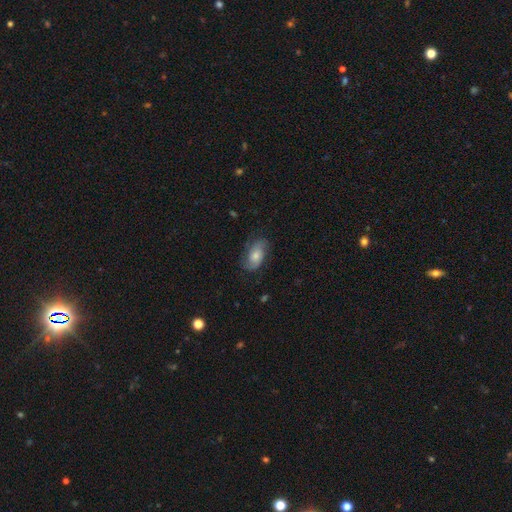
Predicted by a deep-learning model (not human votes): Smooth or featured? smooth (46%, tied with featured or disk)
Merging? none (68%)